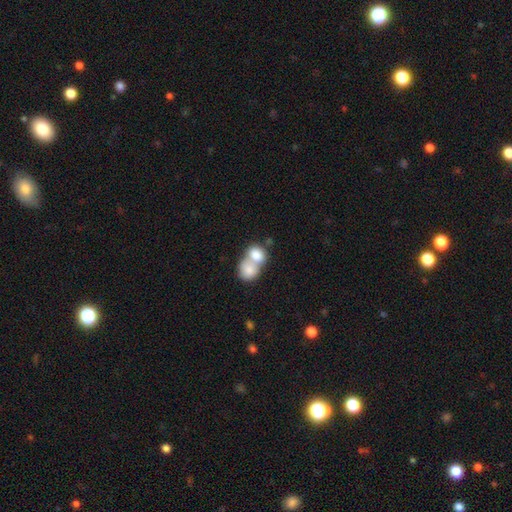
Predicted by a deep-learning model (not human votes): Smooth or featured?
  - smooth: 80% *
  - featured or disk: 13%
  - star or artifact: 7%
How rounded?
  - round: 54% *
  - in between: 45%
  - cigar-shaped: 1%
Merging?
  - merger: 76% *
  - none: 17%
  - minor disturbance: 5%
  - major disturbance: 3%